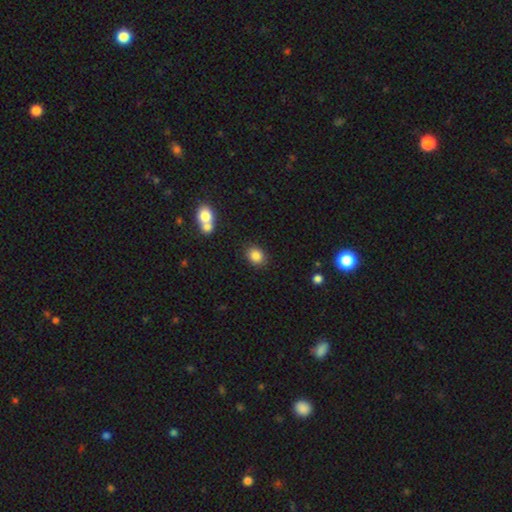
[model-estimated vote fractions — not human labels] smooth_or_featured: smooth (p=0.84) [alt: star or artifact p=0.10]
how_rounded: round (p=0.56) [alt: in between p=0.43]
merging: none (p=0.84) [alt: minor disturbance p=0.09]